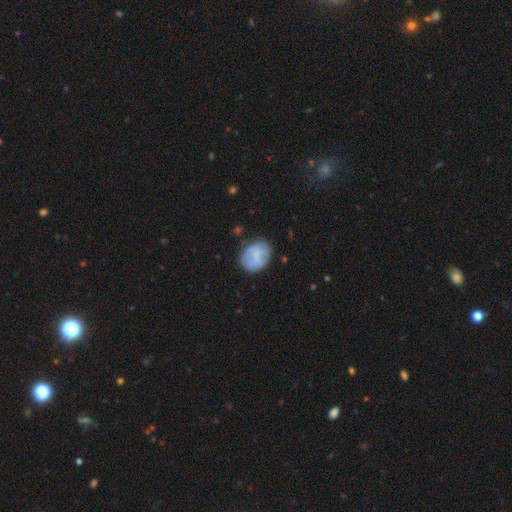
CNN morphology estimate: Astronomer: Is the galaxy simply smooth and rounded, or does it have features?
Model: smooth — 69%.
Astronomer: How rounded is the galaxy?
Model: round — 54% (runner-up: in between, 45%).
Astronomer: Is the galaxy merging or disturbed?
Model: none — 72%.